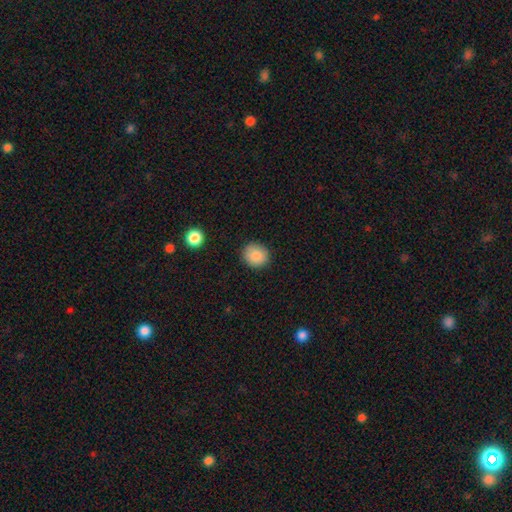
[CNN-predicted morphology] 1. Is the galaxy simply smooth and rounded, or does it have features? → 87% smooth, 8% star or artifact, 5% featured or disk.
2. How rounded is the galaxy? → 84% round, 15% in between, 1% cigar-shaped.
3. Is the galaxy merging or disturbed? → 89% none, 8% minor disturbance, 2% major disturbance, 1% merger.